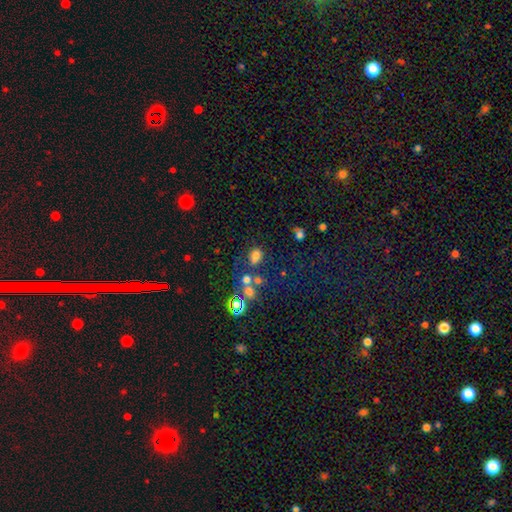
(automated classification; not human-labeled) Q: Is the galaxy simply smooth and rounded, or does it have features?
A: smooth — 66%.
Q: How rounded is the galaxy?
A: in between — 54%.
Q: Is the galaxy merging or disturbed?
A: none — 53%.